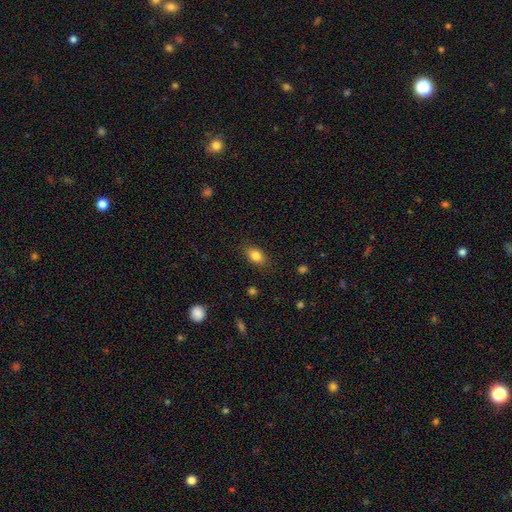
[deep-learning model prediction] Overall: smooth (84%). How rounded: in between (83%). Merging: none (84%).